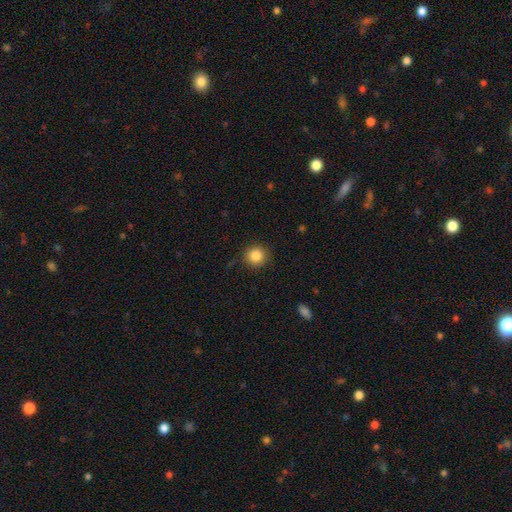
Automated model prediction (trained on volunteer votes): The model was most divided on "smooth or featured": smooth: 85%, star or artifact: 10%, featured or disk: 5%. More confident: how rounded — round (94%); merging — none (90%).